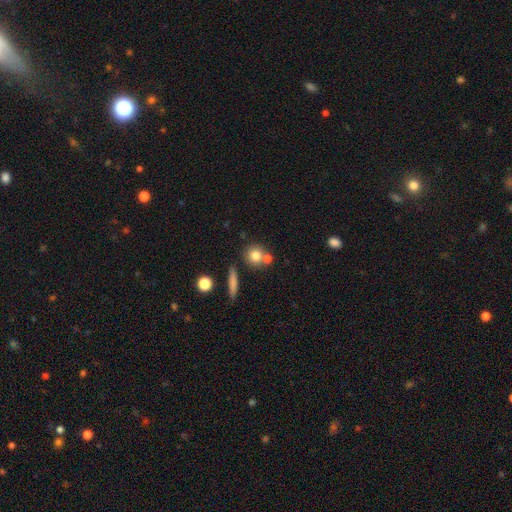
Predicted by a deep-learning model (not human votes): Smooth or featured? Predicted: smooth (p=0.77). How rounded? Predicted: round (p=0.85). Merging? Predicted: none (p=0.59).